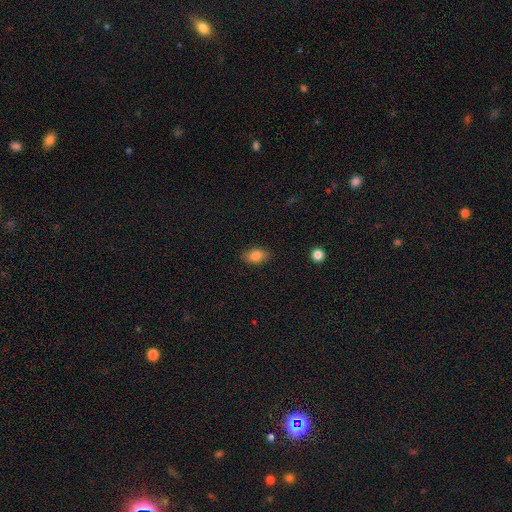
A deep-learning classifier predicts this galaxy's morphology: smooth-or-featured: smooth: 83% | featured or disk: 9% | star or artifact: 9%
  how-rounded: in between: 87% | round: 11% | cigar-shaped: 2%
  merging: none: 85% | minor disturbance: 11% | major disturbance: 2% | merger: 1%